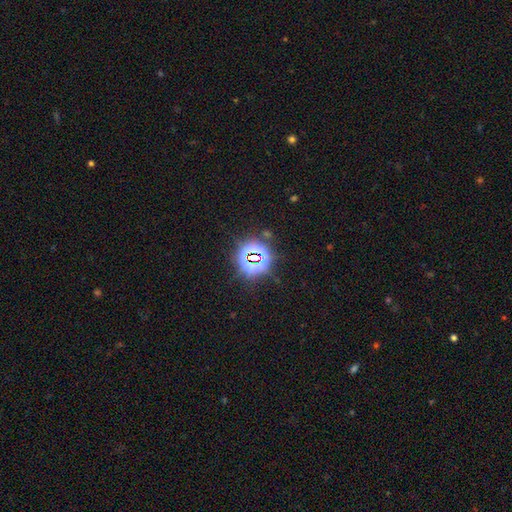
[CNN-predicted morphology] A star or artifact, not a galaxy (78%).